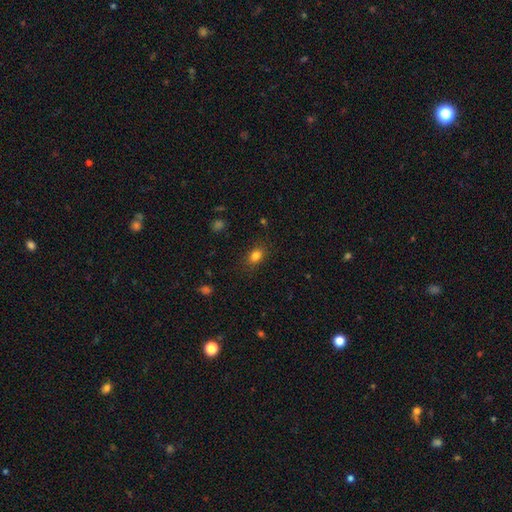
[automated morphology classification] Overall: smooth (82%). How rounded: in between (72%). Merging: none (83%).